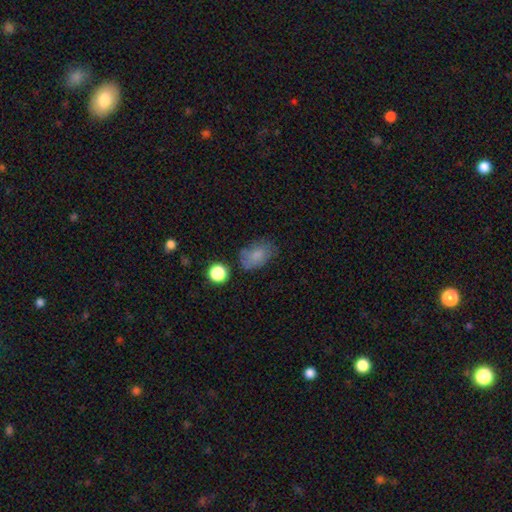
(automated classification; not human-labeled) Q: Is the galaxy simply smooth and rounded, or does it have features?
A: smooth — 77%.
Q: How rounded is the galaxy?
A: in between — 84%.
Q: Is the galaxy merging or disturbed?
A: none — 62%.